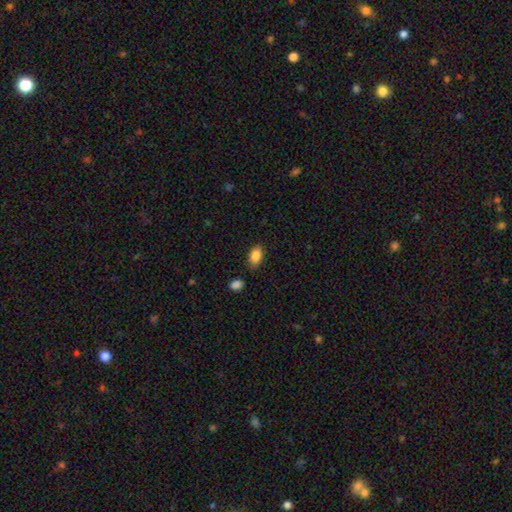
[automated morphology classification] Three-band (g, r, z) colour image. It shows a smooth galaxy with no disk features (86%) that is in between round and cigar-shaped (91%). Merging: none (81%).